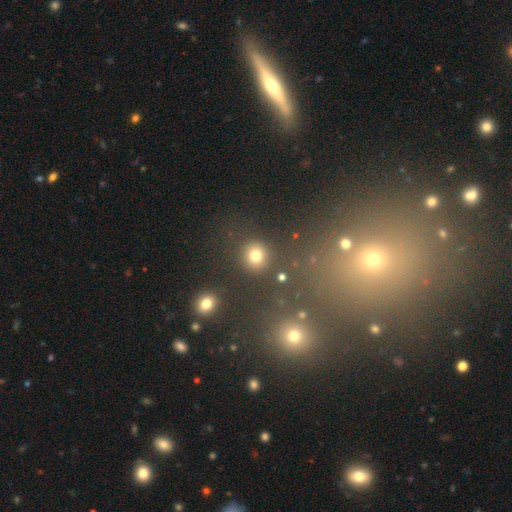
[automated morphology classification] The model was most divided on "smooth or featured": smooth: 76%, star or artifact: 17%, featured or disk: 7%. More confident: how rounded — round (86%); merging — none (85%).